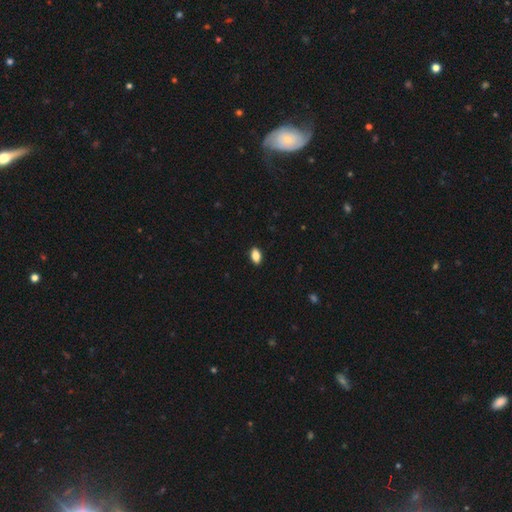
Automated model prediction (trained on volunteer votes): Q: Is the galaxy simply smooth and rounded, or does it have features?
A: smooth — 85%.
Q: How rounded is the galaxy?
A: in between — 90%.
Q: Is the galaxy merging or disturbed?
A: none — 90%.